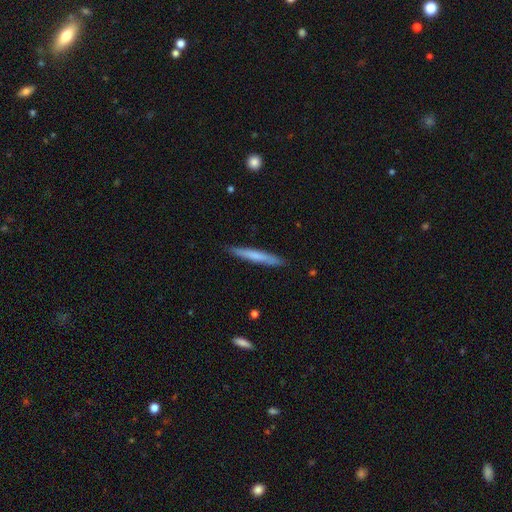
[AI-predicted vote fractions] Q: Smooth or featured?
A: smooth (63%); runner-up: featured or disk (32%)
Q: How rounded?
A: cigar-shaped (96%); runner-up: in between (3%)
Q: Merging?
A: none (88%); runner-up: minor disturbance (9%)